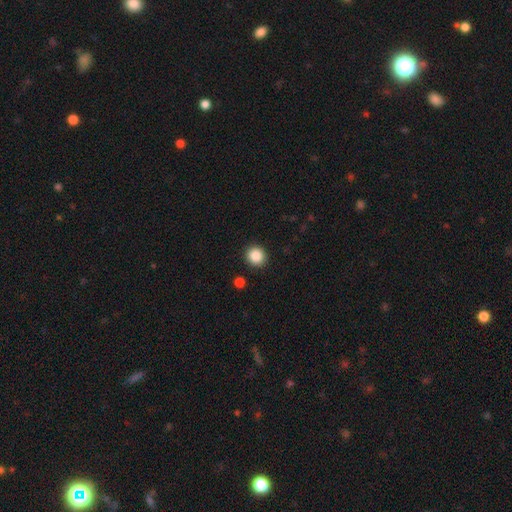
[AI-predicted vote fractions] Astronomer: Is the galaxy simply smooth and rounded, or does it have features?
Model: smooth — 87%.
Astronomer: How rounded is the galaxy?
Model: round — 89%.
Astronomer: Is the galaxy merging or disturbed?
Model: none — 91%.